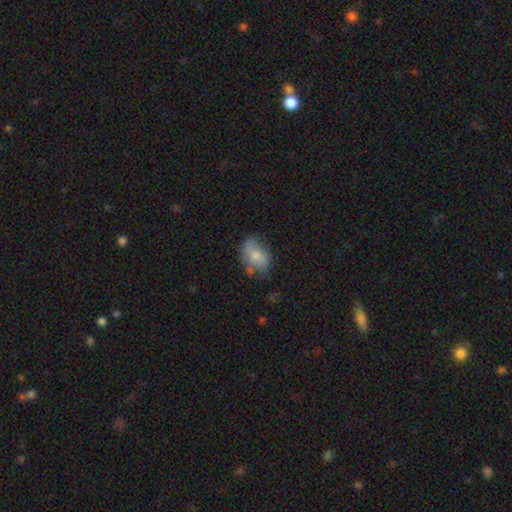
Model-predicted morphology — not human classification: Smooth or featured: smooth — 64% (featured or disk — 27%)
How rounded: in between — 78% (round — 20%)
Merging: none — 51% (minor disturbance — 31%)